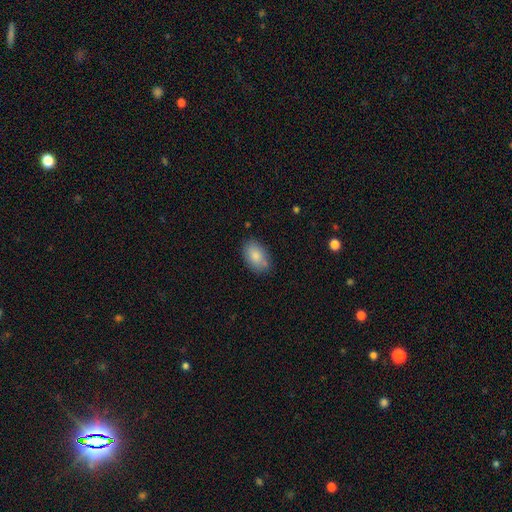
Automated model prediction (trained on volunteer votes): The model was most divided on "merging": none: 78%, minor disturbance: 16%, major disturbance: 3%, merger: 3%. More confident: how rounded — in between (91%); smooth or featured — smooth (85%).